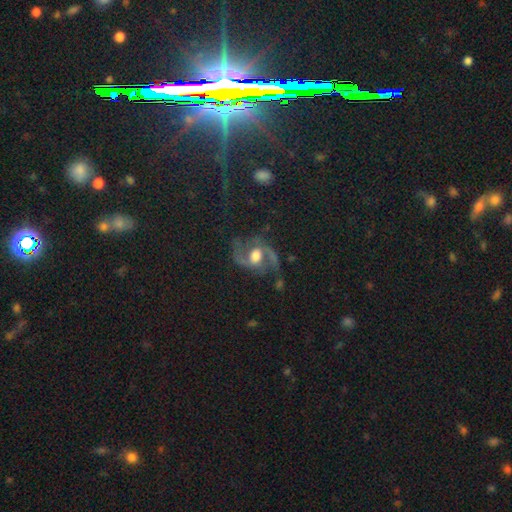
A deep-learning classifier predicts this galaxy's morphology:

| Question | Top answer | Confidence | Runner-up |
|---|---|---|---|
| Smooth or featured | featured or disk | 80% | smooth (11%) |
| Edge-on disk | no | 97% | yes (3%) |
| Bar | no | 49% | weak (40%) |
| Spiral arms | yes | 93% | no (7%) |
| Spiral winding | medium | 47% | loose (42%) |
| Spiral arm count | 2 | 91% | can't tell (3%) |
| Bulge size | moderate | 47% | large (41%) |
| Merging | none | 59% | minor disturbance (19%) |